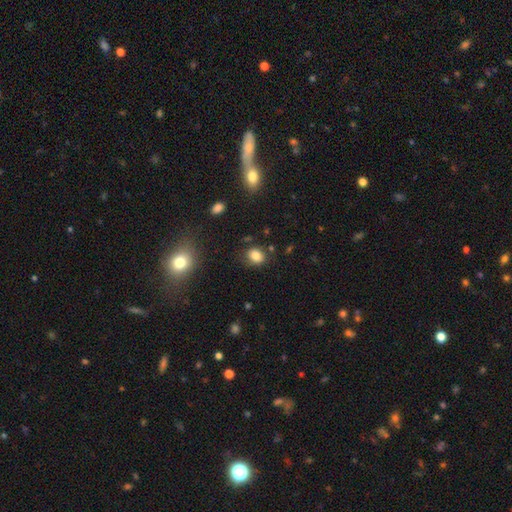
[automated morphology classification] A smooth galaxy with no disk features (82%) that is in between round and cigar-shaped (50%). Merging: none (77%).